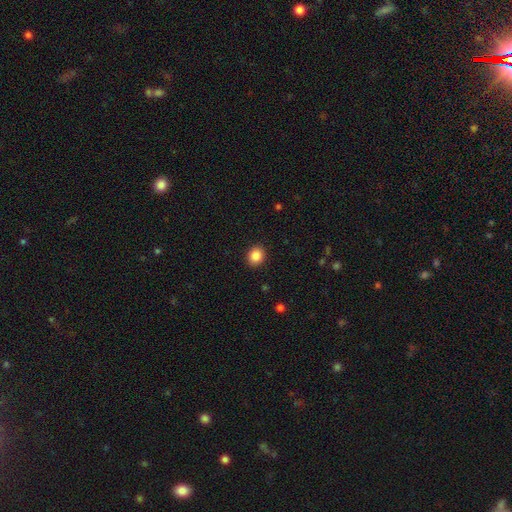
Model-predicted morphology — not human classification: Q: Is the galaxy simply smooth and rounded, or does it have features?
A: smooth — 86%.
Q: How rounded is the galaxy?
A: round — 73%.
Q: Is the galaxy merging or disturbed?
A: none — 92%.